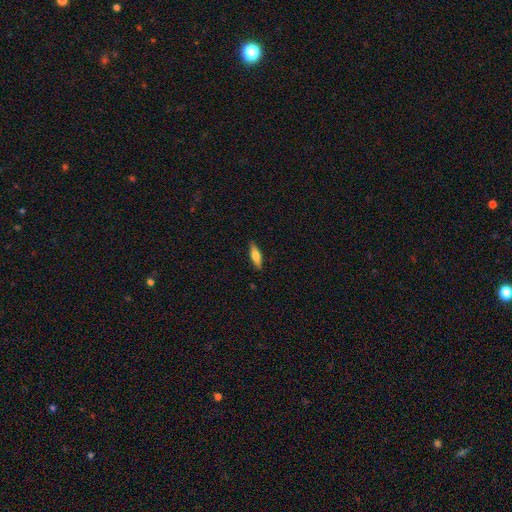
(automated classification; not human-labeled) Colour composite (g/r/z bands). It shows a smooth galaxy with no disk features (69%) that is cigar-shaped (49%, tied with in between). Merging: none (87%).